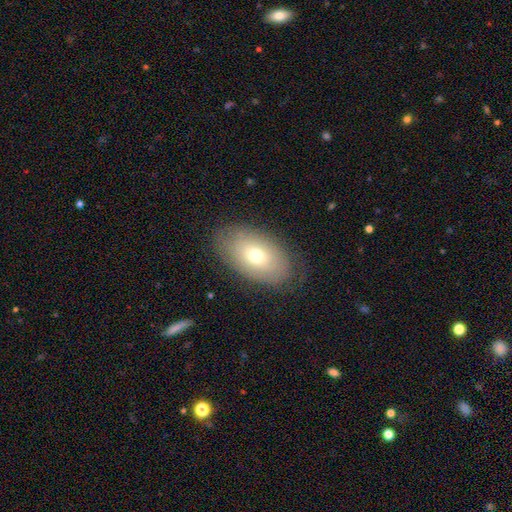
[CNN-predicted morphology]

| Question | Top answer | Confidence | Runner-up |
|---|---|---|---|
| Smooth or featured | smooth | 65% | featured or disk (26%) |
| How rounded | in between | 92% | round (7%) |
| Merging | none | 81% | minor disturbance (13%) |